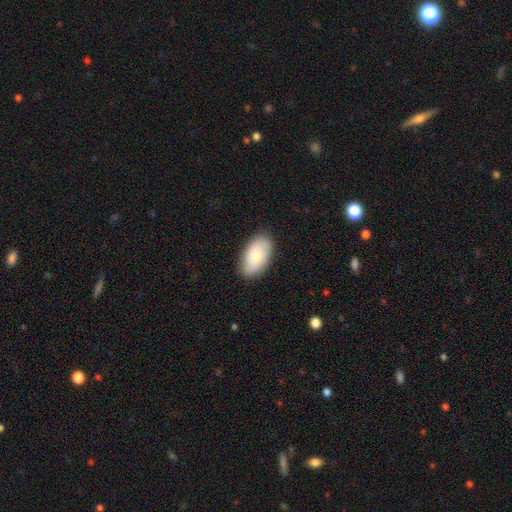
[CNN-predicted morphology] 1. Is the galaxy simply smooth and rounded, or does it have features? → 72% smooth, 22% featured or disk, 6% star or artifact.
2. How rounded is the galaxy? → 94% in between, 4% round, 2% cigar-shaped.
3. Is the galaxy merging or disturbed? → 84% none, 12% minor disturbance, 2% major disturbance, 1% merger.